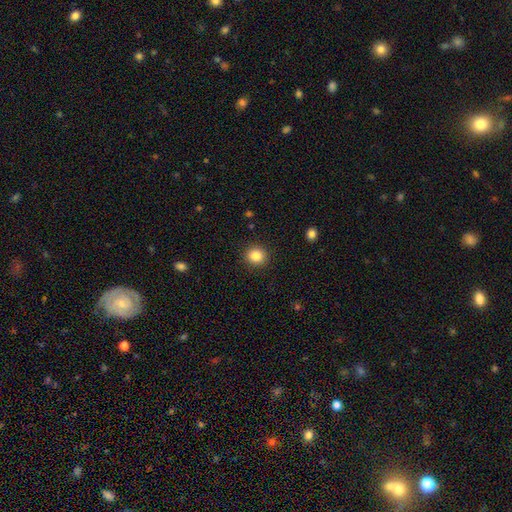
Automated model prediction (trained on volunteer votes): Overall: smooth (85%). How rounded: round (87%). Merging: none (91%).